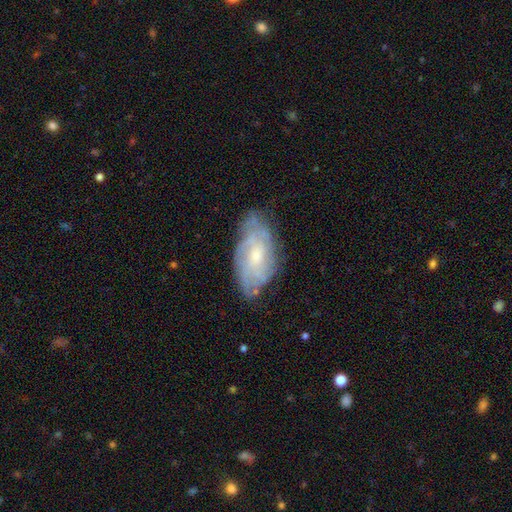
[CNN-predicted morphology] A featured or disk galaxy (71%) with no bar (69%), tight (63%) spiral arms (85%) and a small central bulge (49%). Merging: none (70%).